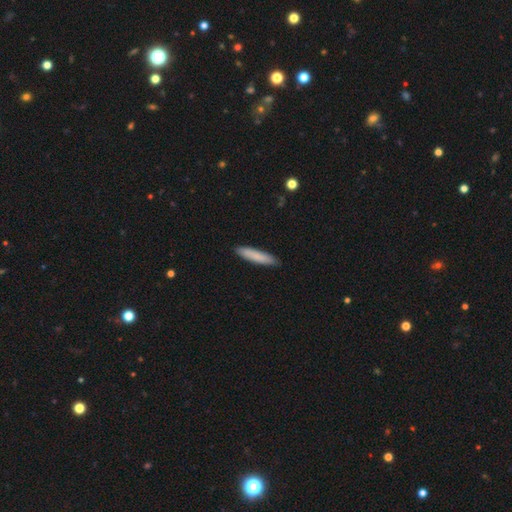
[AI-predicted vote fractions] smooth 83%, featured or disk 11%, star or artifact 6%. Down the decision tree: how rounded — cigar-shaped (88%); merging — none (88%).